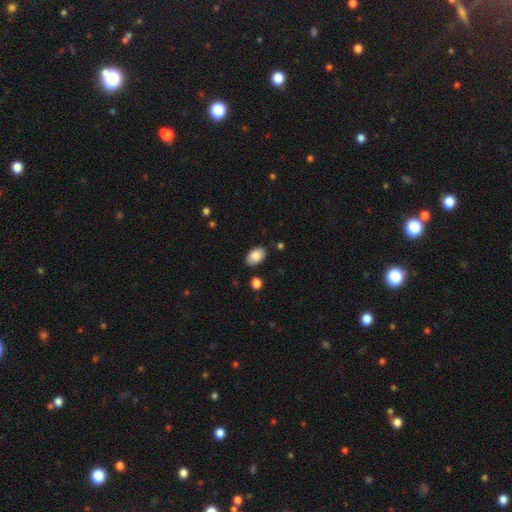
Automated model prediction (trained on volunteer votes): Overall: smooth (86%). How rounded: in between (93%). Merging: none (85%).